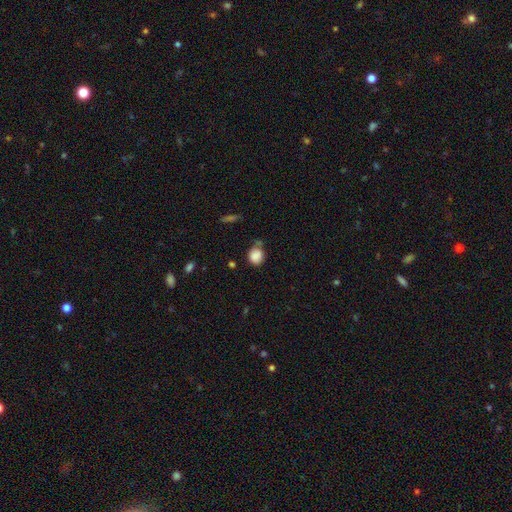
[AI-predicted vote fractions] Smooth or featured: smooth — 86% (star or artifact — 9%)
How rounded: round — 75% (in between — 24%)
Merging: none — 59% (minor disturbance — 23%)